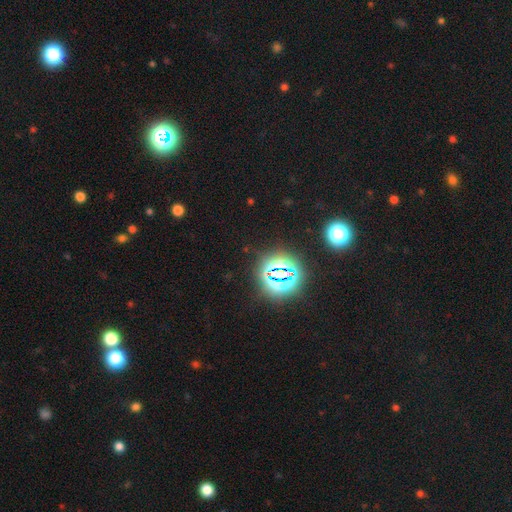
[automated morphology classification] Q: Smooth or featured?
A: star or artifact (77%); runner-up: smooth (15%)